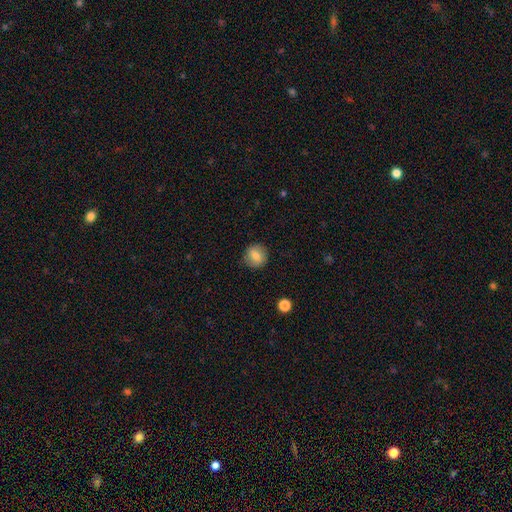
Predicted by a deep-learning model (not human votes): Smooth or featured? Predicted: smooth (p=0.79). How rounded? Predicted: round (p=0.87). Merging? Predicted: none (p=0.87).